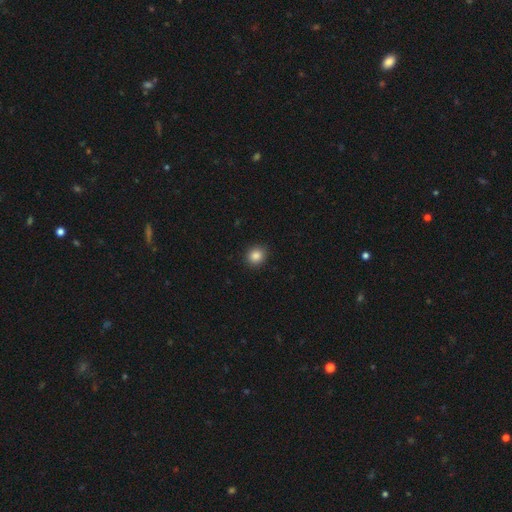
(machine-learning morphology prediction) Overall: smooth (86%). How rounded: round (80%). Merging: none (90%).